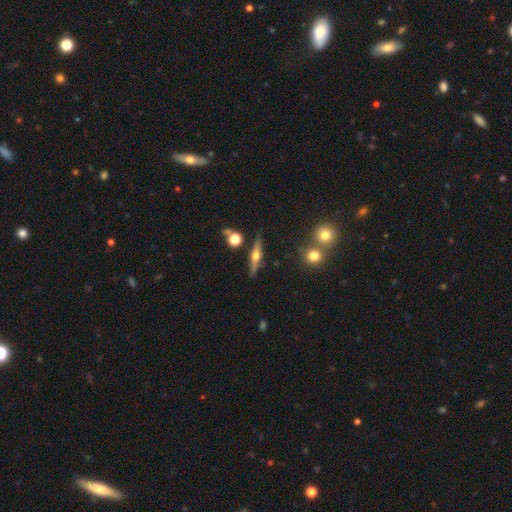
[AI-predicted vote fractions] Morphology: type=featured or disk (69%); edge-on=yes (95%); edge-on bulge=rounded (93%); merging=none (84%).